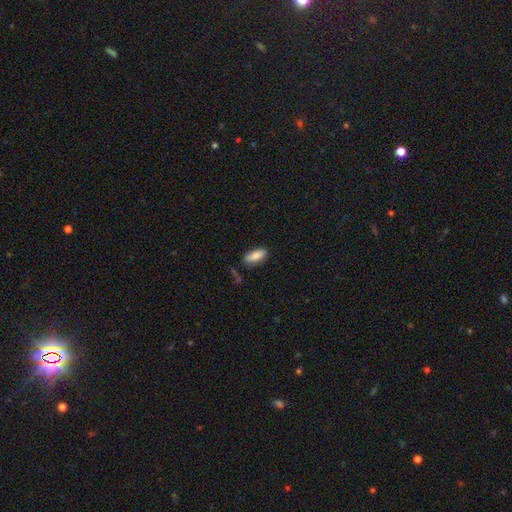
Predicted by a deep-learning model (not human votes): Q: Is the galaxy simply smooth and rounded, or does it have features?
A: smooth — 81%.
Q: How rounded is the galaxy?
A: in between — 74%.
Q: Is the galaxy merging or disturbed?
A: none — 81%.